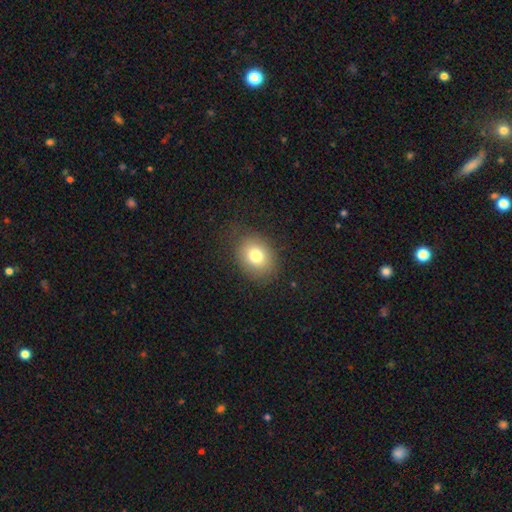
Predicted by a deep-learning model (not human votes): This appears to be a smooth galaxy with no disk features (78%) that is in between round and cigar-shaped (52%). Merging: none (80%).